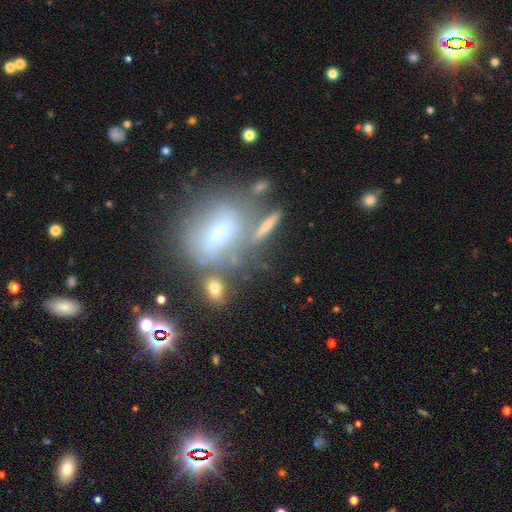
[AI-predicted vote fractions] Overall: featured or disk (41%; smooth 31%). Merging: none (58%).